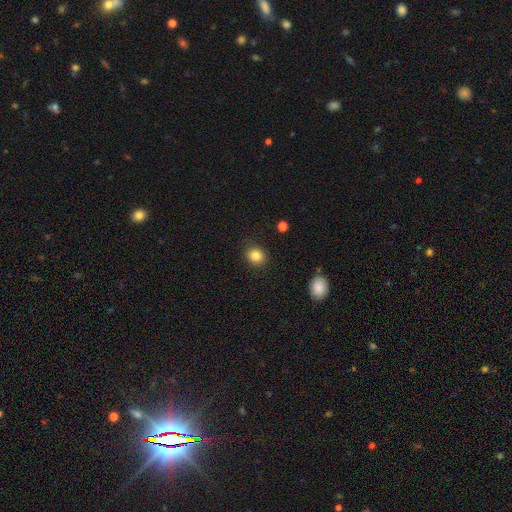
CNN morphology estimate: Q: Smooth or featured?
A: smooth (84%); runner-up: star or artifact (10%)
Q: How rounded?
A: round (77%); runner-up: in between (22%)
Q: Merging?
A: none (88%); runner-up: minor disturbance (8%)